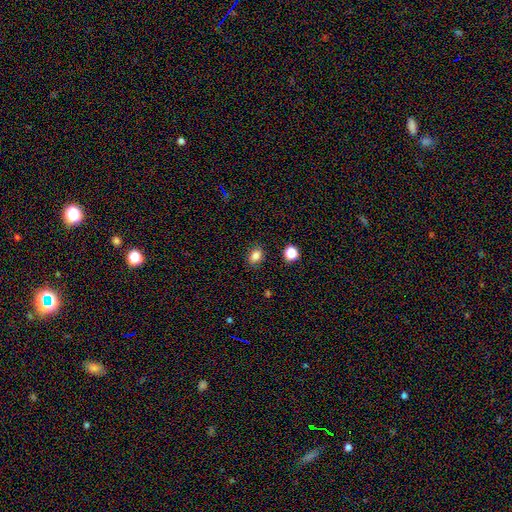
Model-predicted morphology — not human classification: A smooth galaxy with no disk features (84%) that is in between round and cigar-shaped (70%). Merging: none (86%).